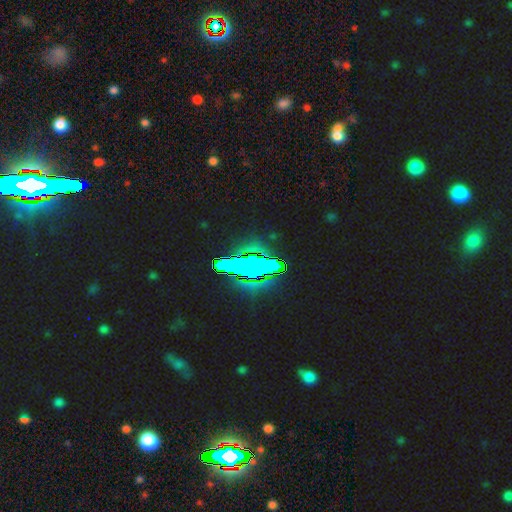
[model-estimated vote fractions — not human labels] Smooth or featured?
  - star or artifact: 77% *
  - featured or disk: 11%
  - smooth: 11%